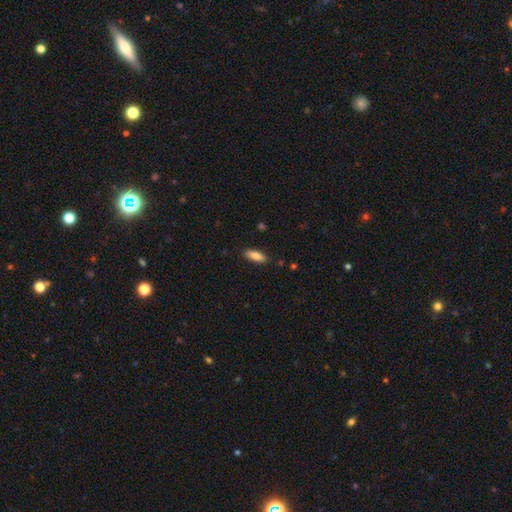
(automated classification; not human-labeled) This appears to be a smooth galaxy with no disk features (84%) that is in between round and cigar-shaped (69%). Merging: none (87%).